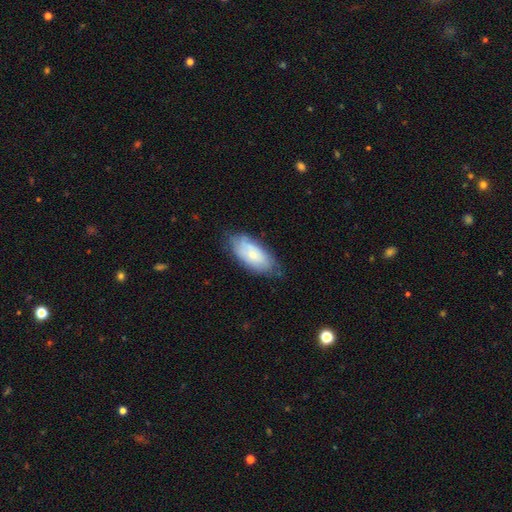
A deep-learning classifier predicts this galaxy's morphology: A smooth galaxy with no disk features (60%) that is in between round and cigar-shaped (90%). Merging: none (66%).